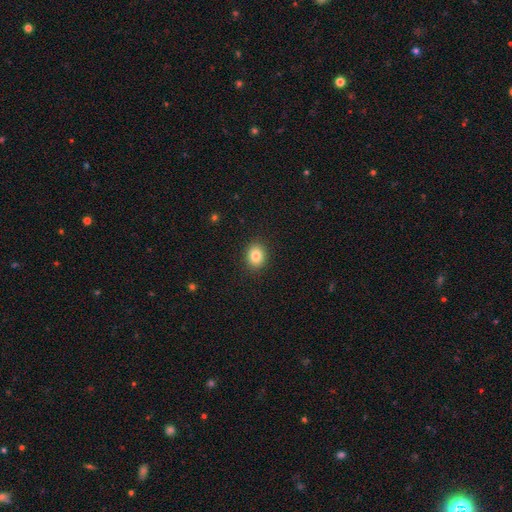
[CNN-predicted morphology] type=smooth (84%); roundness=round (55%); merging=none (90%).